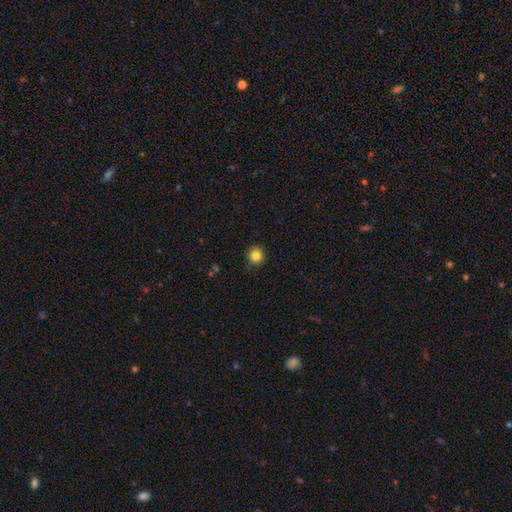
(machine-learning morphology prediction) A smooth galaxy with no disk features (84%) that is round (95%).

Vote fractions:
- Smooth or featured? smooth: 84% / star or artifact: 11% / featured or disk: 5%
- How rounded? round: 95% / in between: 4% / cigar-shaped: 1%
- Merging? none: 91% / minor disturbance: 6% / major disturbance: 2% / merger: 1%